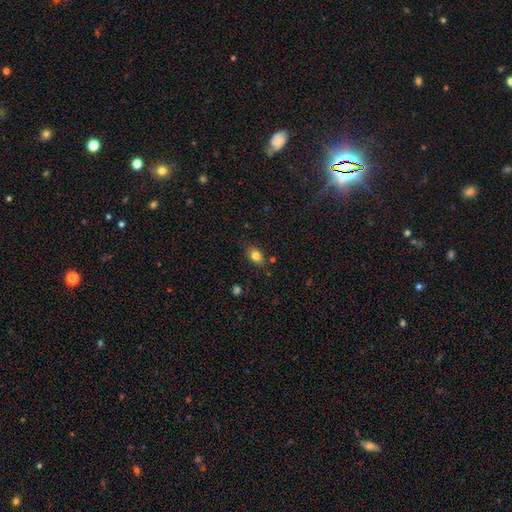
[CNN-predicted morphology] Smooth or featured? smooth (82%)
How rounded? in between (81%)
Merging? none (81%)